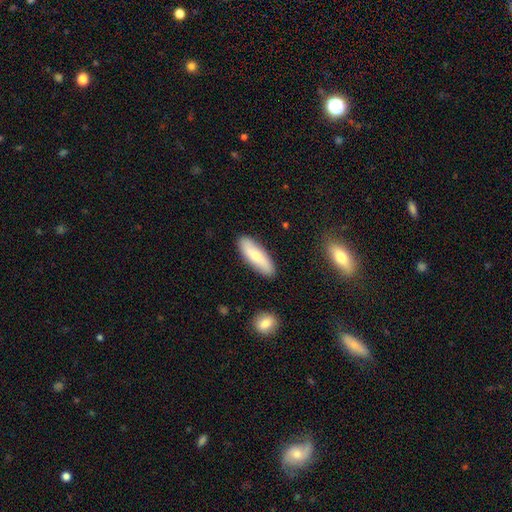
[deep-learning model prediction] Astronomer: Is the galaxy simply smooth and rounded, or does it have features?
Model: smooth — 67%.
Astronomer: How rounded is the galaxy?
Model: cigar-shaped — 51% (runner-up: in between, 47%).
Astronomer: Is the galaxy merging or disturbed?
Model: none — 87%.